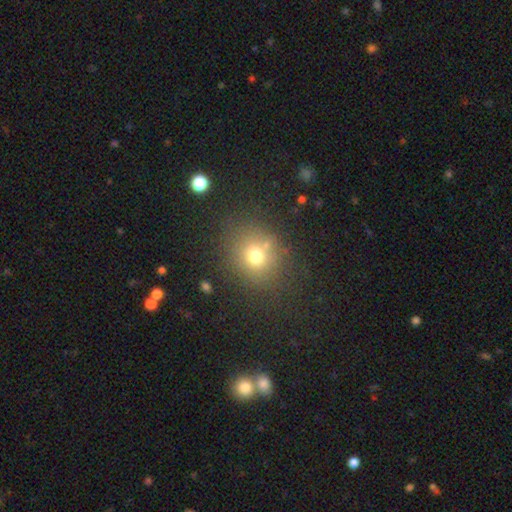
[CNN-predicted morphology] type=smooth (72%); roundness=round (75%); merging=none (76%).